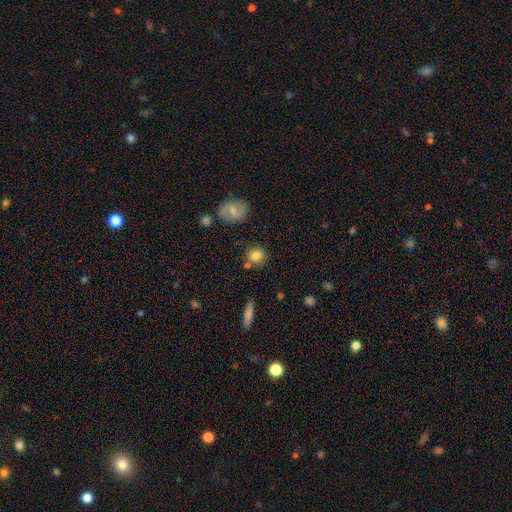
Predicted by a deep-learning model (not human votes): Smooth or featured: smooth — 81% (featured or disk — 10%)
How rounded: round — 83% (in between — 16%)
Merging: none — 77% (minor disturbance — 11%)